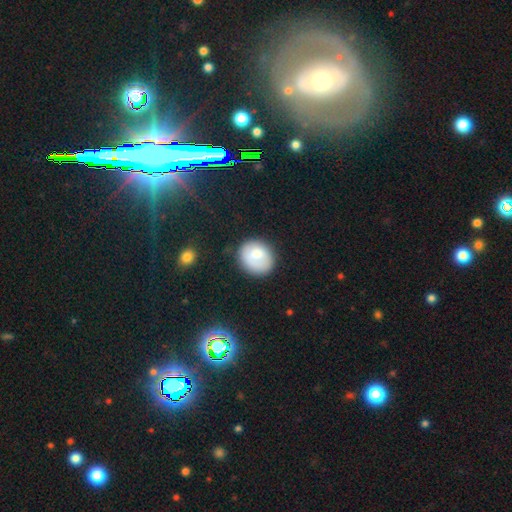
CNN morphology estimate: Smooth or featured: smooth — 77% (featured or disk — 15%)
How rounded: round — 74% (in between — 25%)
Merging: none — 72% (minor disturbance — 18%)